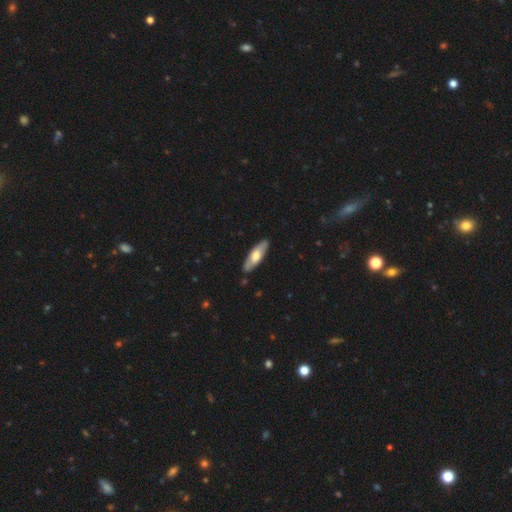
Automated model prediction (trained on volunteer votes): Smooth or featured? Predicted: smooth (p=0.57). How rounded? Predicted: in between (p=0.60). Merging? Predicted: none (p=0.88).